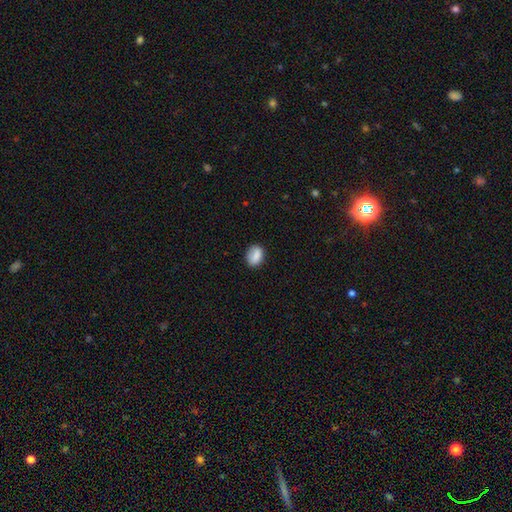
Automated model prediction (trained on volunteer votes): This is clearly a smooth galaxy (86%). How rounded: likely in between (67%). Merging: clearly none (81%).